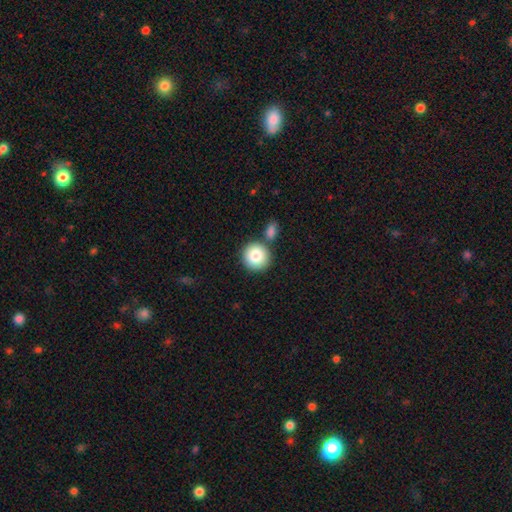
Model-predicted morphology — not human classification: The model was most divided on "merging": none: 70%, merger: 18%, minor disturbance: 9%, major disturbance: 3%. More confident: how rounded — round (92%); smooth or featured — smooth (84%).